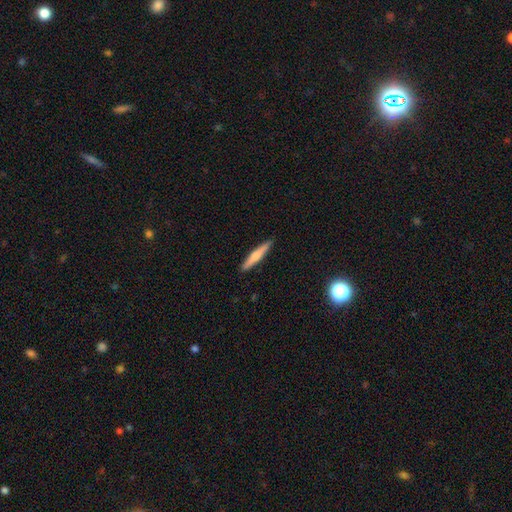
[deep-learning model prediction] smooth_or_featured: smooth (p=0.55) [alt: featured or disk p=0.39]
how_rounded: cigar-shaped (p=0.92) [alt: in between p=0.06]
merging: none (p=0.91) [alt: minor disturbance p=0.07]